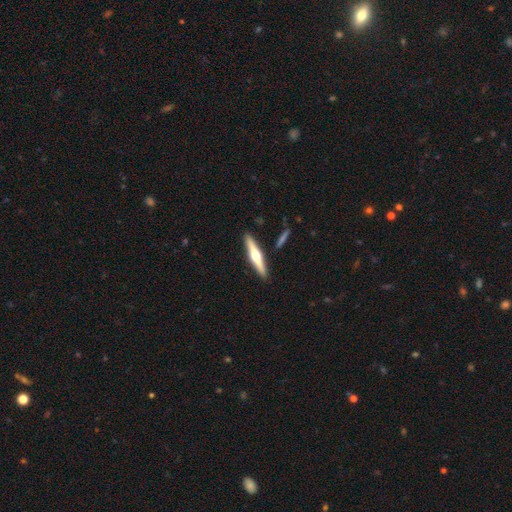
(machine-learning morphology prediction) Overall: featured or disk (64%; smooth 31%). Edge-on disk: yes (97%). Edge-on bulge: rounded (94%). Merging: none (90%).